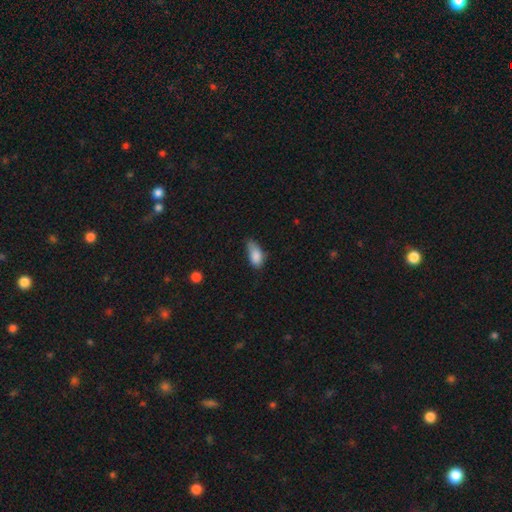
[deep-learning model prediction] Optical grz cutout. It shows a smooth galaxy with no disk features (84%) that is in between round and cigar-shaped (89%). Merging: minor disturbance (48%).